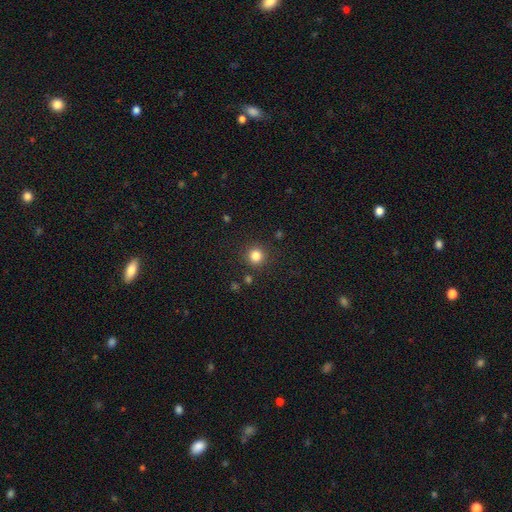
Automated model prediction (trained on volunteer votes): Overall: smooth (83%). How rounded: round (94%). Merging: none (89%).